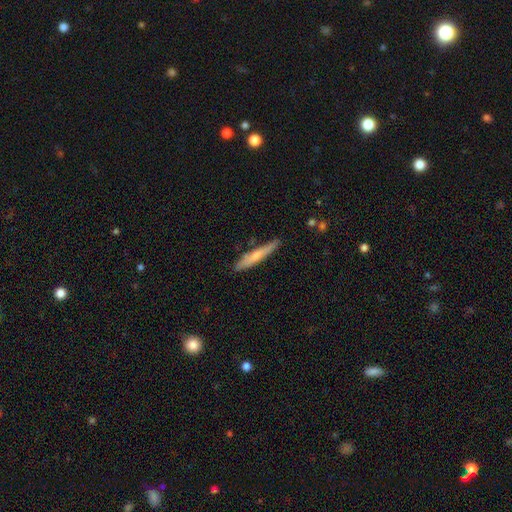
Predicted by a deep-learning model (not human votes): smooth 60%, featured or disk 34%, star or artifact 6%. Down the decision tree: how rounded — cigar-shaped (92%); merging — none (81%).